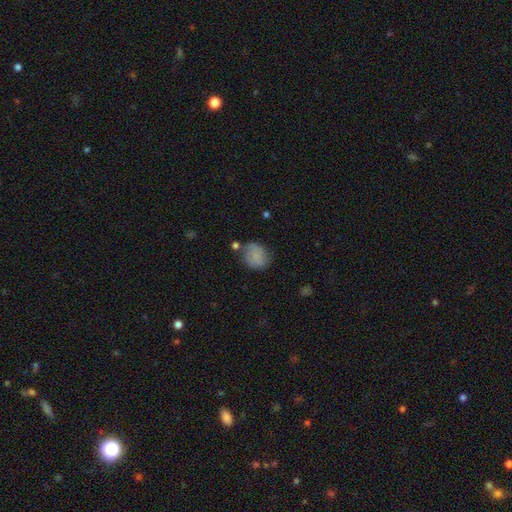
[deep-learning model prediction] Smooth or featured? smooth (70%)
How rounded? round (67%)
Merging? none (59%)